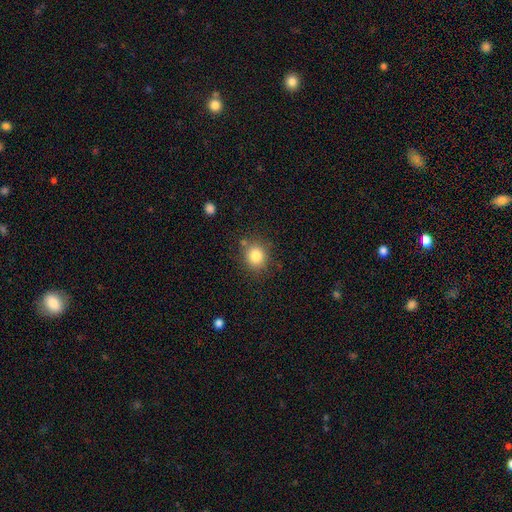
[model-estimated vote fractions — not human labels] A smooth galaxy with no disk features (83%) that is round (80%).

Vote fractions:
- Smooth or featured? smooth: 83% / star or artifact: 11% / featured or disk: 6%
- How rounded? round: 80% / in between: 19% / cigar-shaped: 1%
- Merging? none: 80% / minor disturbance: 11% / merger: 5% / major disturbance: 3%